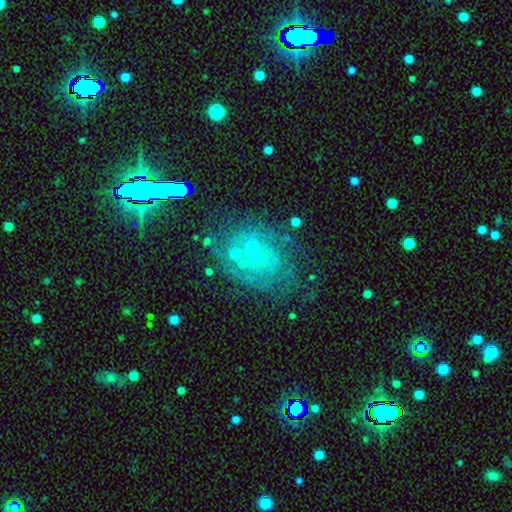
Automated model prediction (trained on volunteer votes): A featured or disk galaxy (55%) with no bar (76%), spiral arms (69%) and a small central bulge (64%).

Vote fractions:
- Smooth or featured? featured or disk: 55% / star or artifact: 26% / smooth: 19%
- Edge-on disk? no: 96% / yes: 4%
- Bar? no: 76% / weak: 18% / strong: 5%
- Spiral arms? yes: 69% / no: 31%
- Bulge size? small: 64% / moderate: 18% / none: 15% / large: 2% / dominant: 2%
- Merging? none: 58% / minor disturbance: 19% / major disturbance: 14% / merger: 9%